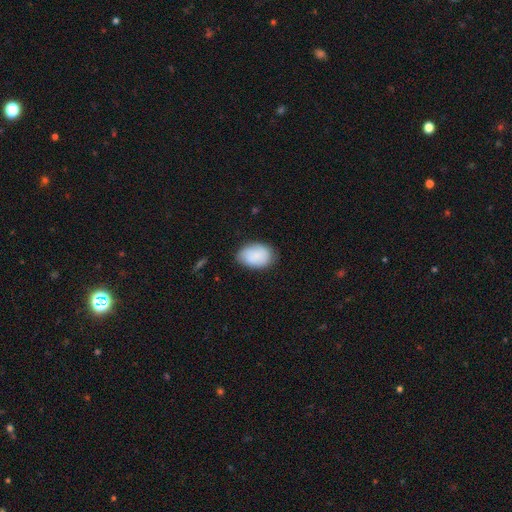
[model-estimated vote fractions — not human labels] smooth-or-featured: smooth: 85% | featured or disk: 8% | star or artifact: 6%
  how-rounded: in between: 84% | round: 15% | cigar-shaped: 1%
  merging: none: 74% | minor disturbance: 20% | major disturbance: 4% | merger: 1%